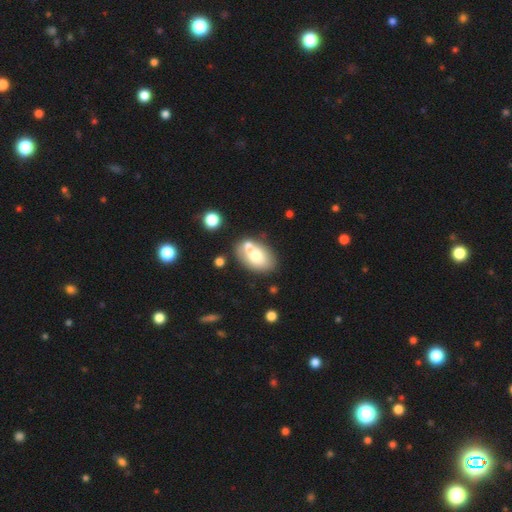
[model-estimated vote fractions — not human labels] A smooth galaxy with no disk features (65%) that is in between round and cigar-shaped (87%). Merging: none (41%).